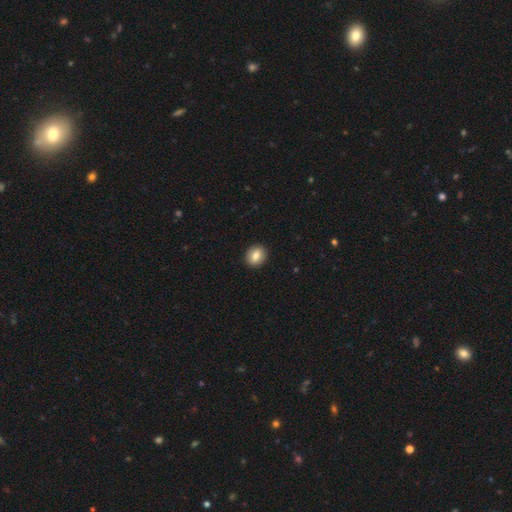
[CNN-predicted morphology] smooth-or-featured: smooth: 82% | featured or disk: 10% | star or artifact: 8%
  how-rounded: round: 64% | in between: 35% | cigar-shaped: 1%
  merging: none: 92% | minor disturbance: 6% | major disturbance: 2% | merger: 1%